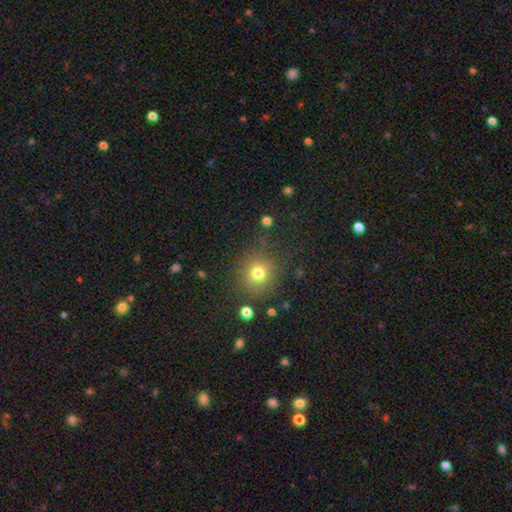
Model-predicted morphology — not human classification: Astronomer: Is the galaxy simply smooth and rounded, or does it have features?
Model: smooth — 57% (runner-up: star or artifact, 36%).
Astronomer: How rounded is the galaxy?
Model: round — 90%.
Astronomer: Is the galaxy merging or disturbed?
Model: none — 85%.